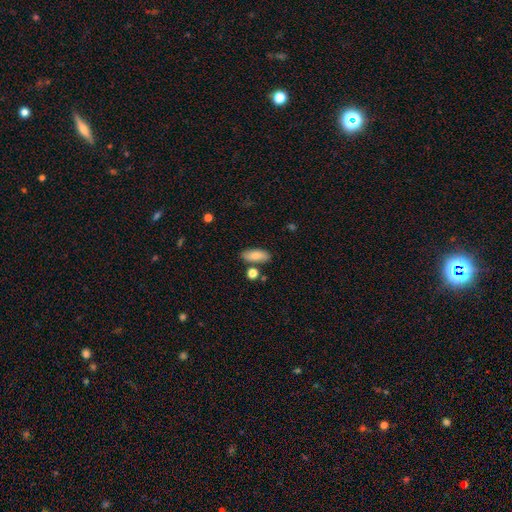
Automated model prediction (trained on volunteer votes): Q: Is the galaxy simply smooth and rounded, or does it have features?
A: smooth — 82%.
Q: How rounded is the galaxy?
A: in between — 76%.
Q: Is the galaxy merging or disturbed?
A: none — 78%.